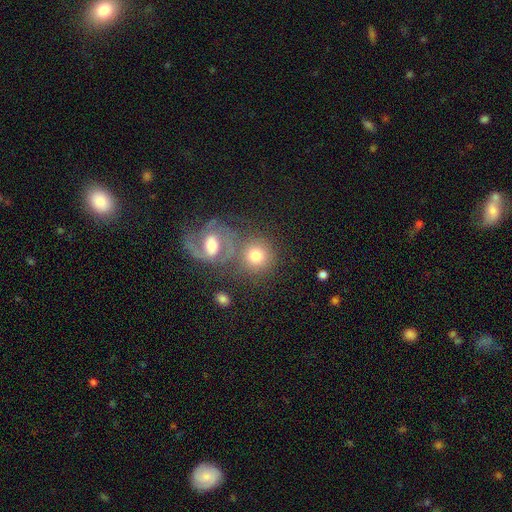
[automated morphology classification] Overall: smooth (65%; featured or disk 26%). How rounded: round (81%). Merging: none (44%; merger 41%).